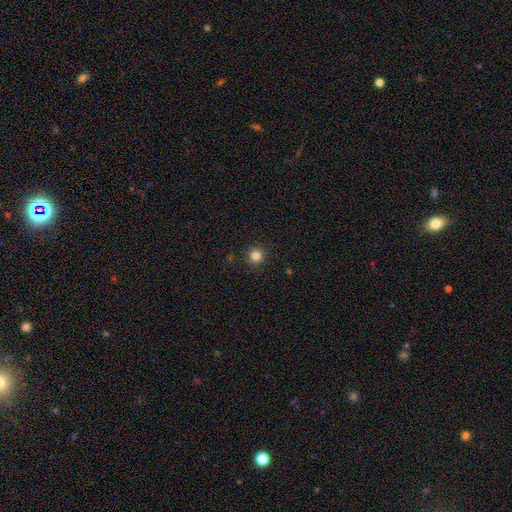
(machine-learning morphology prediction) type=smooth (83%); roundness=round (95%); merging=none (92%).